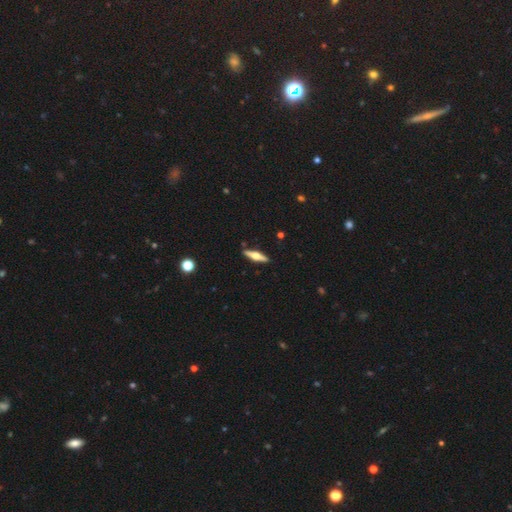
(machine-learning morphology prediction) Smooth or featured? Predicted: featured or disk (p=0.61). Edge-on disk? Predicted: yes (p=0.96). Edge-on bulge? Predicted: rounded (p=0.92). Merging? Predicted: none (p=0.89).